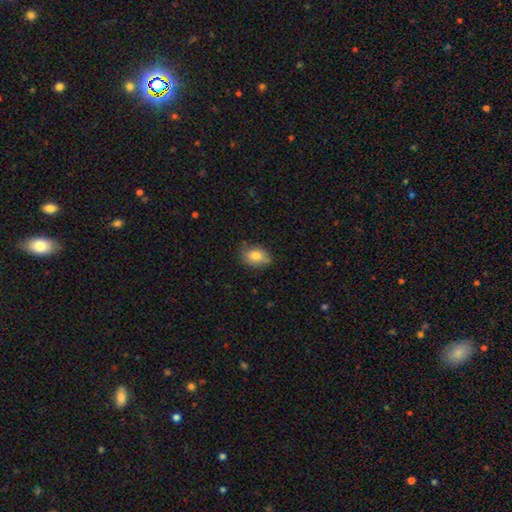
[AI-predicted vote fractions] A smooth galaxy with no disk features (81%) that is in between round and cigar-shaped (74%).

Vote fractions:
- Smooth or featured? smooth: 81% / featured or disk: 11% / star or artifact: 8%
- How rounded? in between: 74% / round: 24% / cigar-shaped: 1%
- Merging? none: 71% / minor disturbance: 24% / major disturbance: 4% / merger: 1%